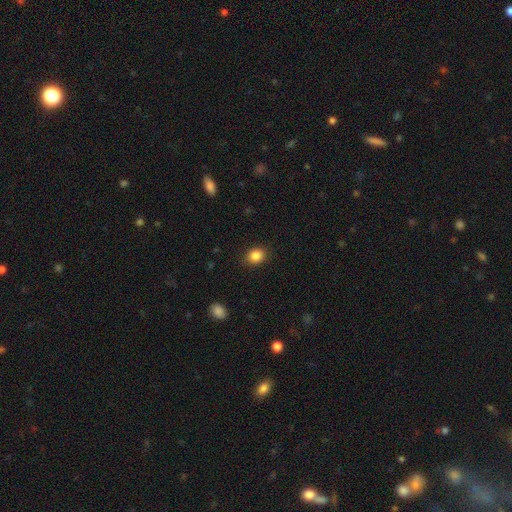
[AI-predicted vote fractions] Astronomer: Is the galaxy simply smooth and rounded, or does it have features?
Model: smooth — 86%.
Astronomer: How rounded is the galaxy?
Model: round — 60% (runner-up: in between, 39%).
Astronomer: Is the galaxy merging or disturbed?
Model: none — 88%.